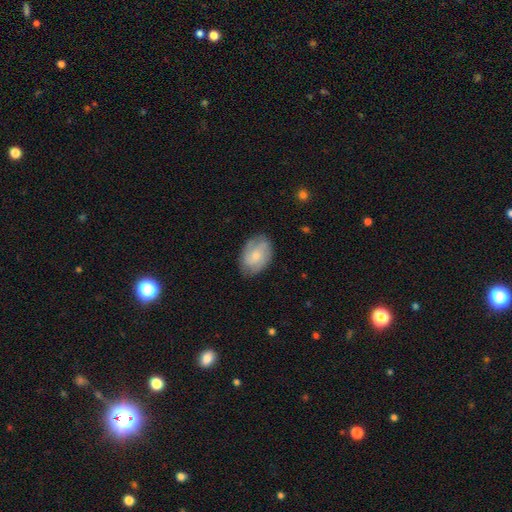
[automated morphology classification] smooth-or-featured: smooth: 50% | featured or disk: 44% | star or artifact: 7%
  merging: none: 76% | minor disturbance: 18% | major disturbance: 4% | merger: 1%